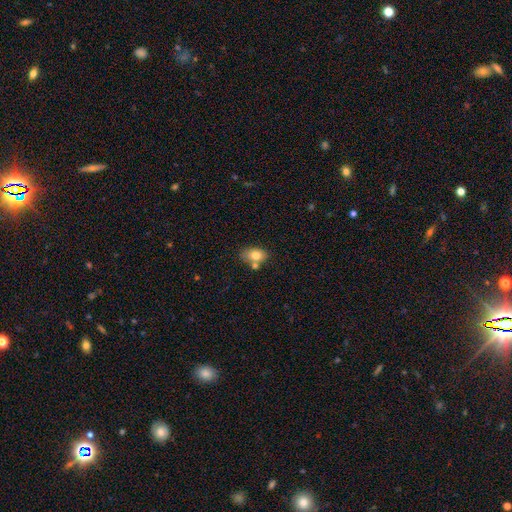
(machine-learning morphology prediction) Smooth or featured: smooth — 78% (featured or disk — 13%)
How rounded: in between — 83% (round — 16%)
Merging: none — 57% (merger — 22%)